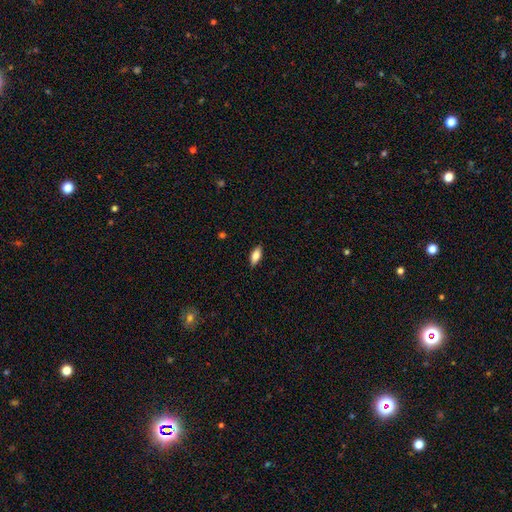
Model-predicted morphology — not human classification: The model was most divided on "smooth or featured": smooth: 78%, featured or disk: 15%, star or artifact: 7%. More confident: merging — none (87%); how rounded — in between (81%).